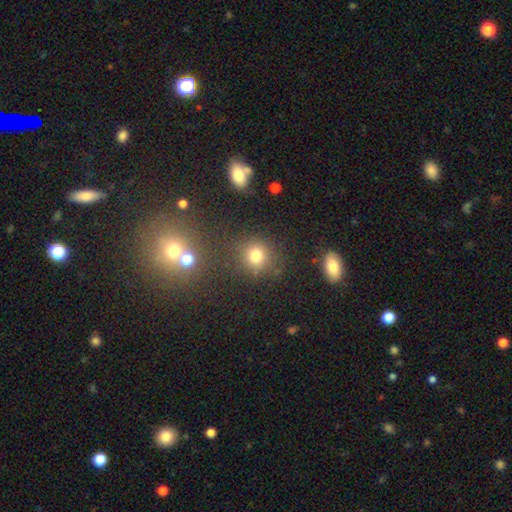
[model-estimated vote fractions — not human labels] smooth_or_featured: smooth (p=0.73) [alt: star or artifact p=0.20]
how_rounded: round (p=0.88) [alt: in between p=0.10]
merging: none (p=0.80) [alt: minor disturbance p=0.10]